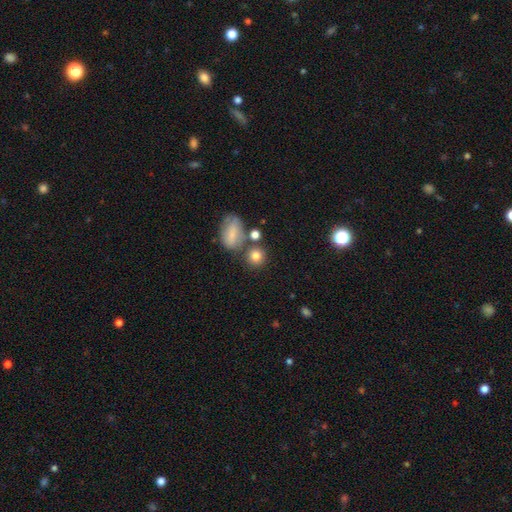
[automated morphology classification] Q: Smooth or featured?
A: smooth (80%); runner-up: star or artifact (11%)
Q: How rounded?
A: round (82%); runner-up: in between (17%)
Q: Merging?
A: none (64%); runner-up: merger (19%)